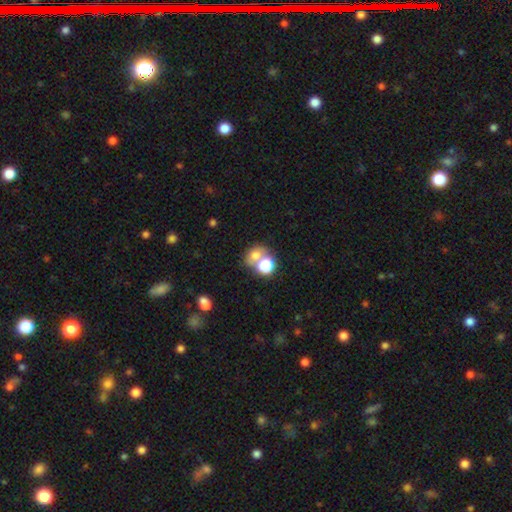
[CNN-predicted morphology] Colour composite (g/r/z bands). It shows a smooth galaxy with no disk features (66%) that is round (67%). Merging: merger (46%).